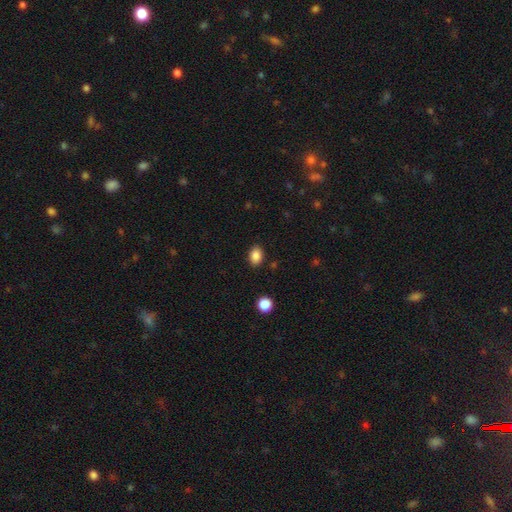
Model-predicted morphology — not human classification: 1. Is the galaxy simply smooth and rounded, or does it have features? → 87% smooth, 9% star or artifact, 4% featured or disk.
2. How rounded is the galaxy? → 75% in between, 23% round, 1% cigar-shaped.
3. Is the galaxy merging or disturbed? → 87% none, 9% minor disturbance, 2% major disturbance, 2% merger.